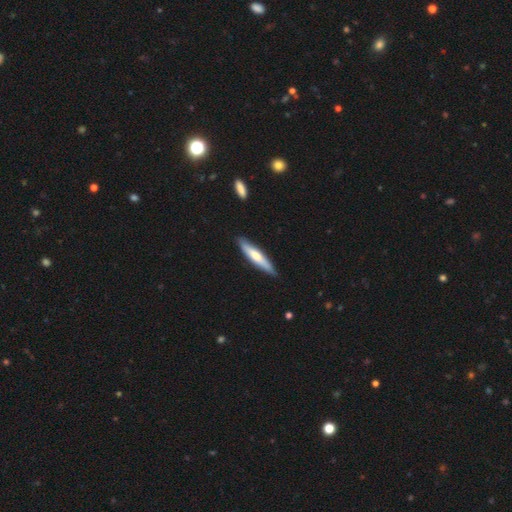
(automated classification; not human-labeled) Q: Smooth or featured?
A: smooth (55%); runner-up: featured or disk (40%)
Q: How rounded?
A: cigar-shaped (85%); runner-up: in between (14%)
Q: Merging?
A: none (85%); runner-up: minor disturbance (11%)